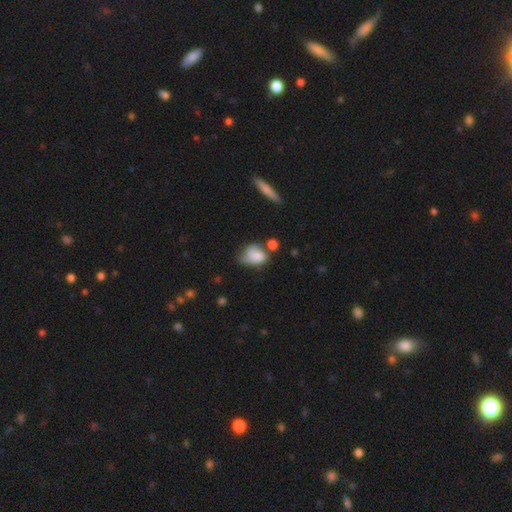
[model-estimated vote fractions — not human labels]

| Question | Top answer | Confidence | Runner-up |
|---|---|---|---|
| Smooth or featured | smooth | 70% | featured or disk (22%) |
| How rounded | in between | 70% | round (28%) |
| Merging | minor disturbance | 30% | tied: none (30%) |